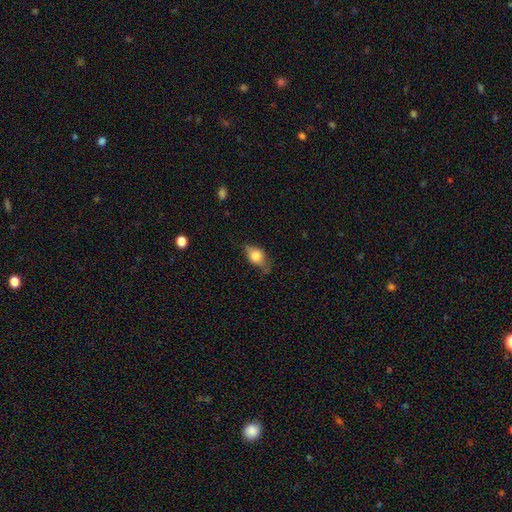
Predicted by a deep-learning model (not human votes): Smooth or featured: smooth — 68% (featured or disk — 23%)
How rounded: in between — 68% (round — 28%)
Merging: none — 56% (minor disturbance — 31%)